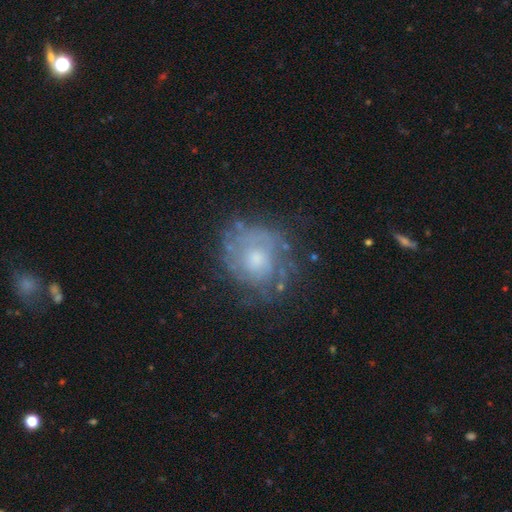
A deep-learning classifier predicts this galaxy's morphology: Smooth or featured? Predicted: featured or disk (p=0.63). Edge-on disk? Predicted: no (p=0.97). Bar? Predicted: no (p=0.81). Spiral arms? Predicted: yes (p=0.68). Bulge size? Predicted: moderate (p=0.52). Merging? Predicted: none (p=0.67).